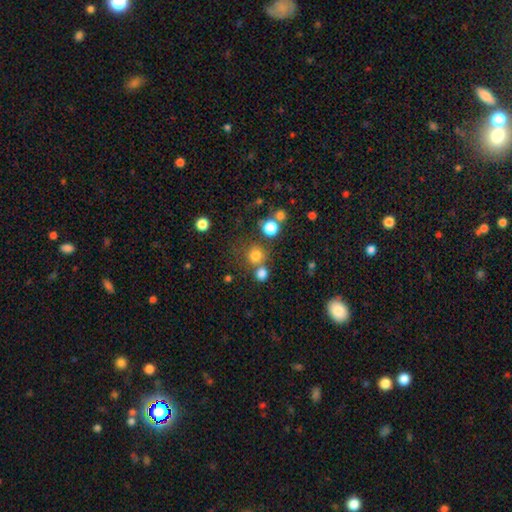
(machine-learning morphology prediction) The model was most divided on "merging": none: 67%, merger: 20%, minor disturbance: 9%, major disturbance: 5%. More confident: how rounded — round (92%); smooth or featured — smooth (76%).